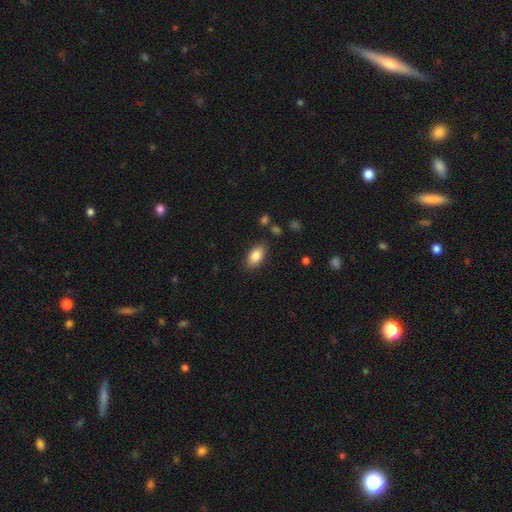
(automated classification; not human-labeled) Smooth or featured?
  - smooth: 85% *
  - featured or disk: 8%
  - star or artifact: 7%
How rounded?
  - in between: 91% *
  - round: 5%
  - cigar-shaped: 4%
Merging?
  - none: 85% *
  - minor disturbance: 10%
  - major disturbance: 3%
  - merger: 2%